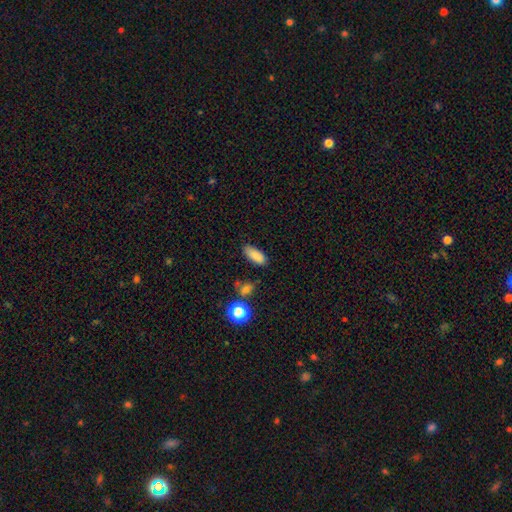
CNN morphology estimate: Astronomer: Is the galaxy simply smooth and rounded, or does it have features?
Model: smooth — 85%.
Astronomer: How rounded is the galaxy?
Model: in between — 82%.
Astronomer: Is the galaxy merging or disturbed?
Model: none — 80%.